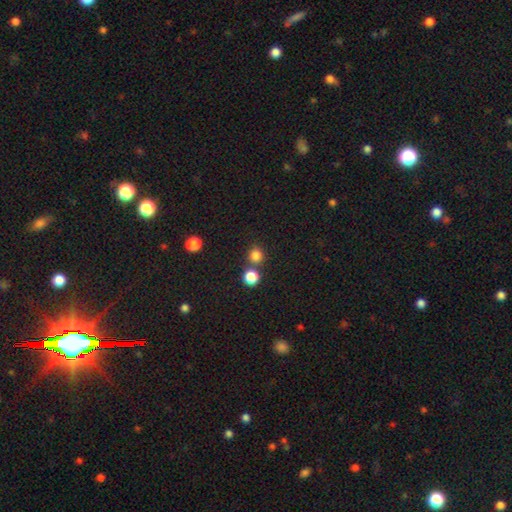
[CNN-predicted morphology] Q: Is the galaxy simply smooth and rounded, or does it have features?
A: smooth — 82%.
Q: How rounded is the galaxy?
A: round — 90%.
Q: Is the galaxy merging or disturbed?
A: none — 72%.